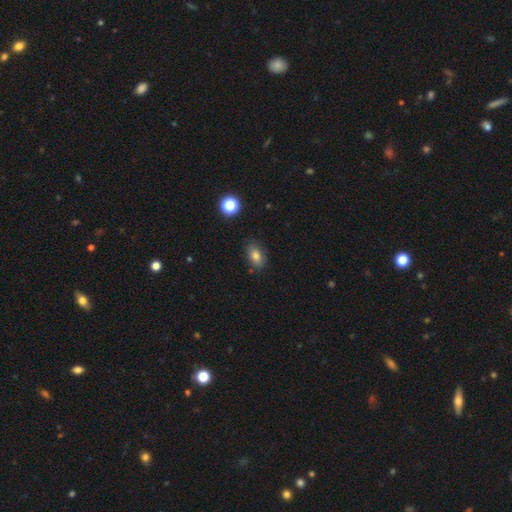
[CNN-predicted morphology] smooth_or_featured: smooth (p=0.79) [alt: star or artifact p=0.11]
how_rounded: in between (p=0.85) [alt: round p=0.13]
merging: none (p=0.81) [alt: minor disturbance p=0.14]